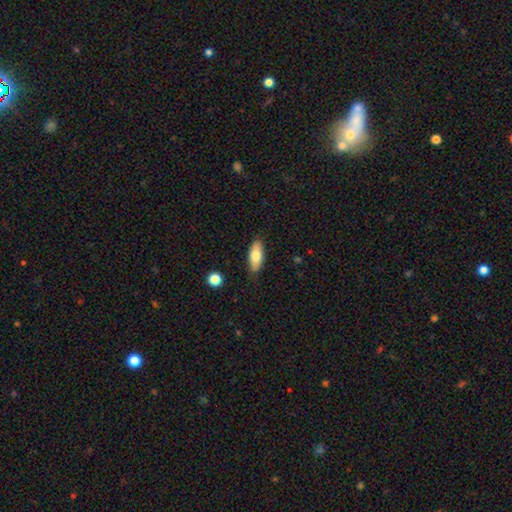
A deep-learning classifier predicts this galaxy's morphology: Smooth or featured?
  - smooth: 76% *
  - featured or disk: 17%
  - star or artifact: 7%
How rounded?
  - in between: 80% *
  - cigar-shaped: 18%
  - round: 3%
Merging?
  - none: 85% *
  - minor disturbance: 12%
  - major disturbance: 2%
  - merger: 1%